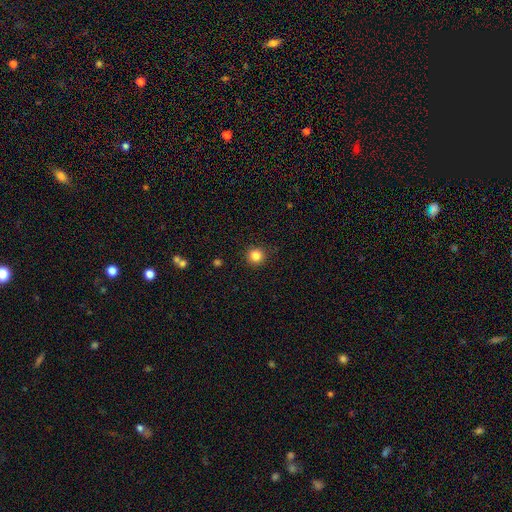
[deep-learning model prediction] Smooth or featured: smooth — 84% (star or artifact — 11%)
How rounded: round — 95% (in between — 4%)
Merging: none — 92% (minor disturbance — 5%)